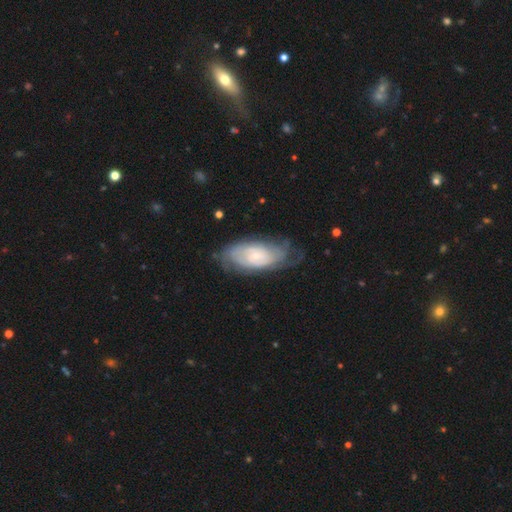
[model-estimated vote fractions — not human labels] Morphology: type=featured or disk (68%); edge-on=no (92%); bar=no (76%); spiral arms=yes (83%); winding=tight (66%); arm count=can't tell (59%); bulge=small (73%); merging=none (63%).